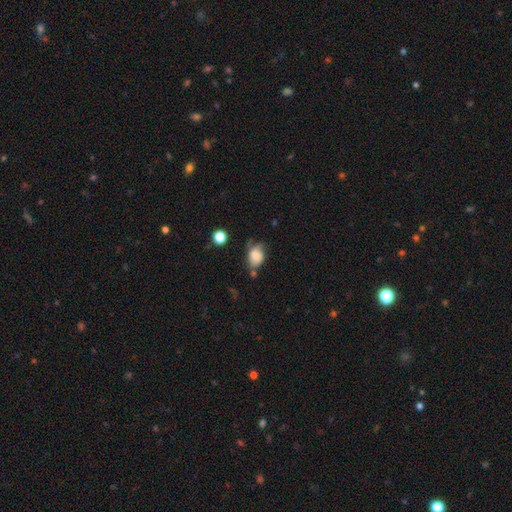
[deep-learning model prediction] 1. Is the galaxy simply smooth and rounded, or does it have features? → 72% smooth, 19% featured or disk, 10% star or artifact.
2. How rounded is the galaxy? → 68% in between, 30% round, 1% cigar-shaped.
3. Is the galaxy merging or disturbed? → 41% none, 35% minor disturbance, 15% major disturbance, 8% merger.